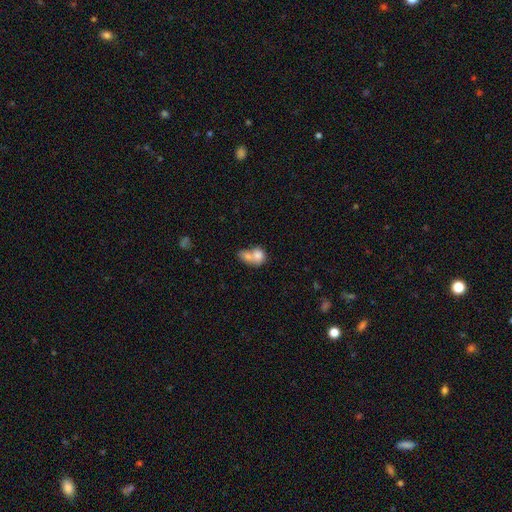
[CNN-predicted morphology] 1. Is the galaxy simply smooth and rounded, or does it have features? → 75% smooth, 17% featured or disk, 8% star or artifact.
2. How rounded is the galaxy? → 52% in between, 47% round, 2% cigar-shaped.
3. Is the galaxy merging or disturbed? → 74% merger, 15% none, 6% minor disturbance, 5% major disturbance.